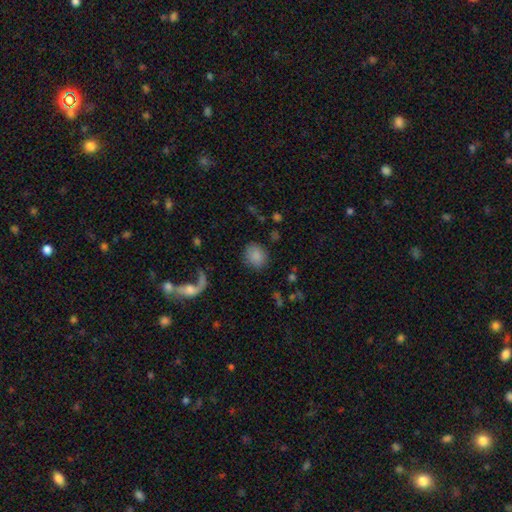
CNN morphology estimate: The model was most divided on "how rounded": round: 70%, in between: 29%, cigar-shaped: 1%. More confident: smooth or featured — smooth (83%); merging — none (83%).